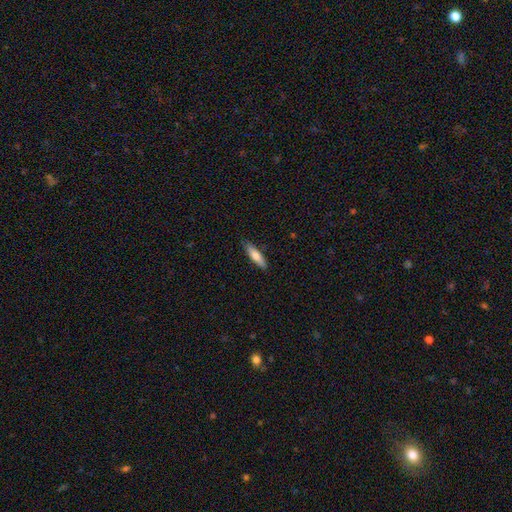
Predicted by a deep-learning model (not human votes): Smooth or featured?
  - smooth: 71% *
  - featured or disk: 24%
  - star or artifact: 6%
How rounded?
  - cigar-shaped: 73% *
  - in between: 26%
  - round: 2%
Merging?
  - none: 86% *
  - minor disturbance: 11%
  - major disturbance: 2%
  - merger: 1%